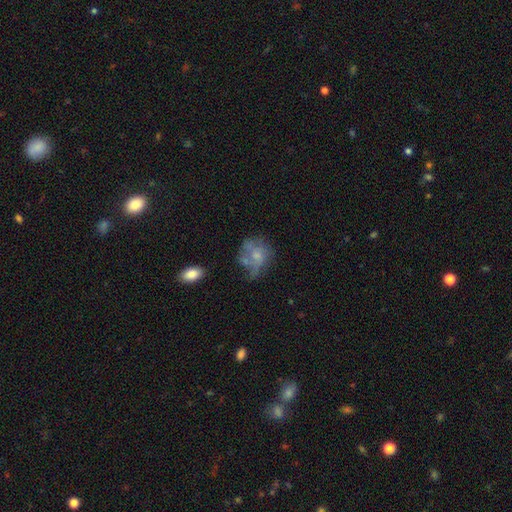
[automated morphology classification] Q: Smooth or featured?
A: featured or disk (49%); runner-up: smooth (41%)
Q: Merging?
A: none (37%); runner-up: major disturbance (28%)